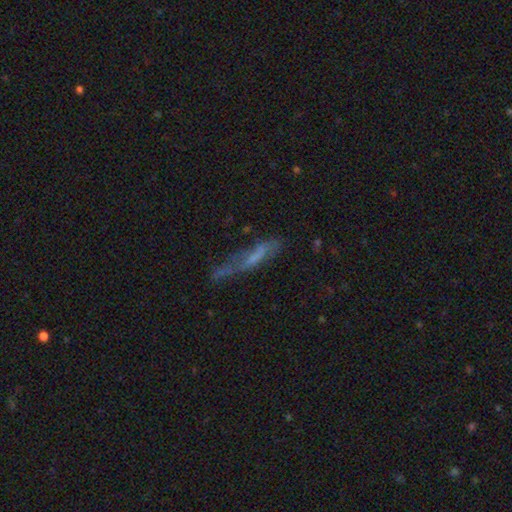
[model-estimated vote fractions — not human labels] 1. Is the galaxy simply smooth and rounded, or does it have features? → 49% featured or disk, 40% smooth, 11% star or artifact.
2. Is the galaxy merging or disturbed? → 42% none, 26% minor disturbance, 25% major disturbance, 7% merger.